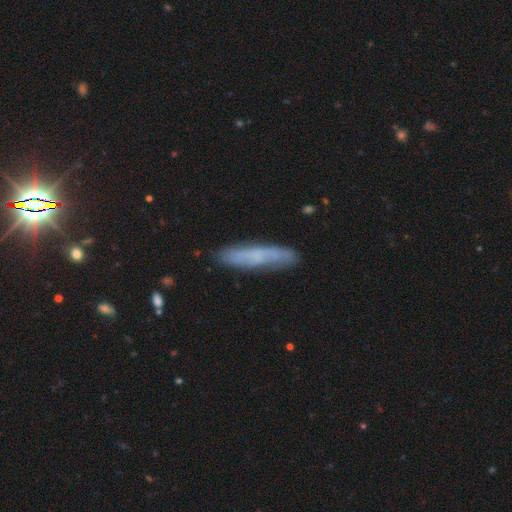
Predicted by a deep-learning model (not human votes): Q: Smooth or featured?
A: smooth (51%); runner-up: featured or disk (41%)
Q: How rounded?
A: cigar-shaped (84%); runner-up: in between (15%)
Q: Merging?
A: none (79%); runner-up: minor disturbance (15%)